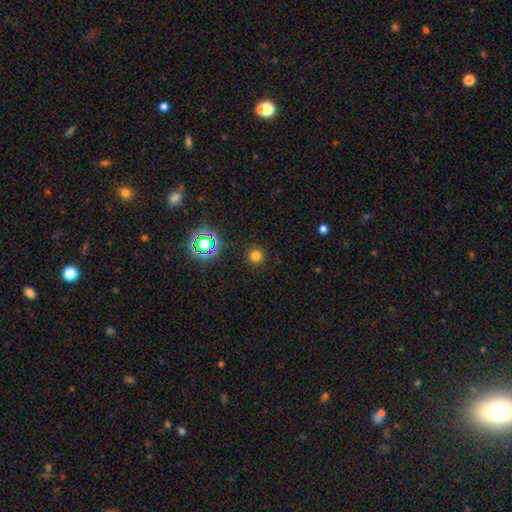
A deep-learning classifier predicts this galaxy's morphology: A smooth galaxy with no disk features (74%) that is round (95%). Merging: none (91%).